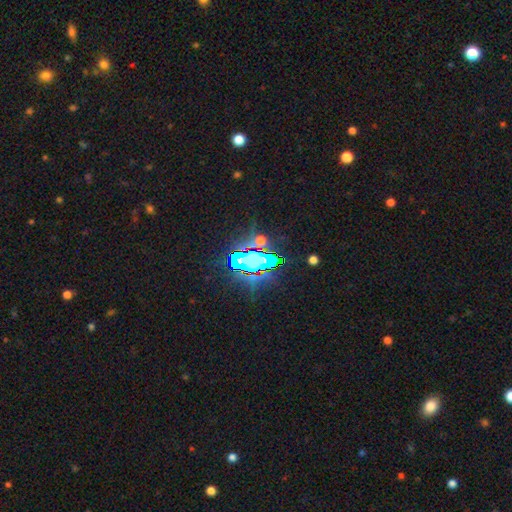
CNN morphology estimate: The model was most divided on "smooth or featured": star or artifact: 74%, smooth: 14%, featured or disk: 12%.